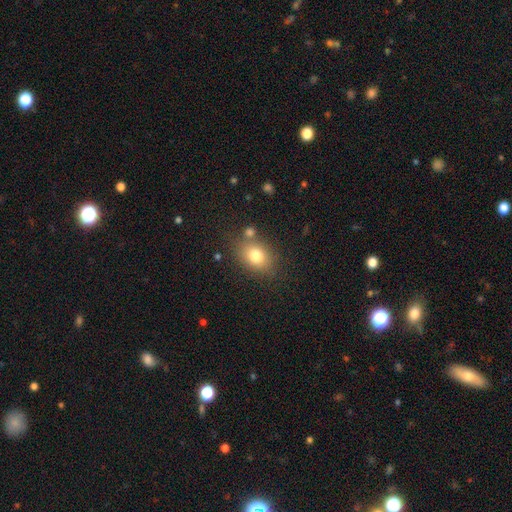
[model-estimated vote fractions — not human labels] A smooth galaxy with no disk features (78%) that is in between round and cigar-shaped (61%).

Vote fractions:
- Smooth or featured? smooth: 78% / featured or disk: 11% / star or artifact: 11%
- How rounded? in between: 61% / round: 37% / cigar-shaped: 1%
- Merging? none: 72% / minor disturbance: 13% / merger: 10% / major disturbance: 4%